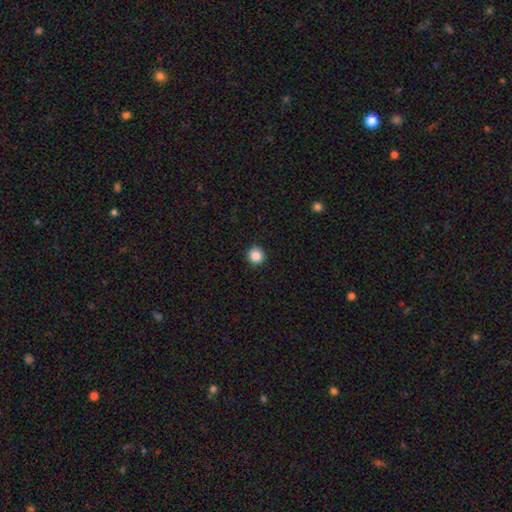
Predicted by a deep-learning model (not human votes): The model was most divided on "smooth or featured": smooth: 87%, star or artifact: 10%, featured or disk: 4%. More confident: how rounded — round (94%); merging — none (93%).